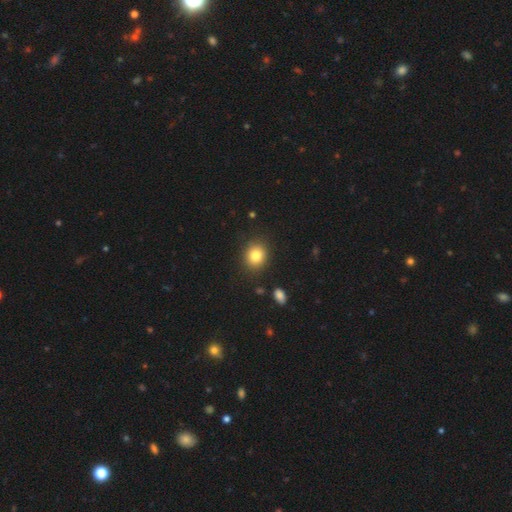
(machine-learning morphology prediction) Smooth or featured?
  - smooth: 82% *
  - star or artifact: 10%
  - featured or disk: 8%
How rounded?
  - round: 69% *
  - in between: 30%
  - cigar-shaped: 1%
Merging?
  - none: 88% *
  - minor disturbance: 8%
  - major disturbance: 2%
  - merger: 2%